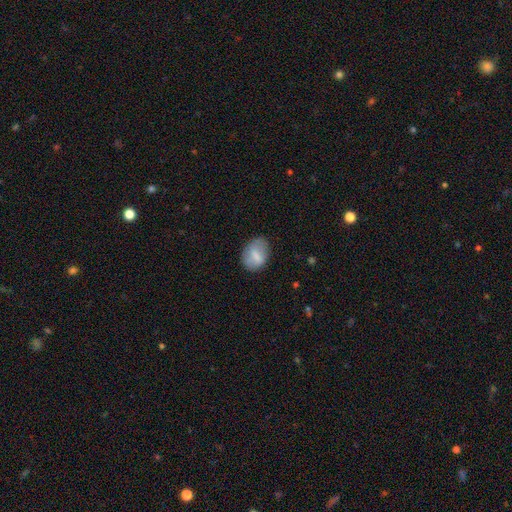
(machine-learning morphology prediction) type=smooth (71%); roundness=in between (73%); merging=none (70%).